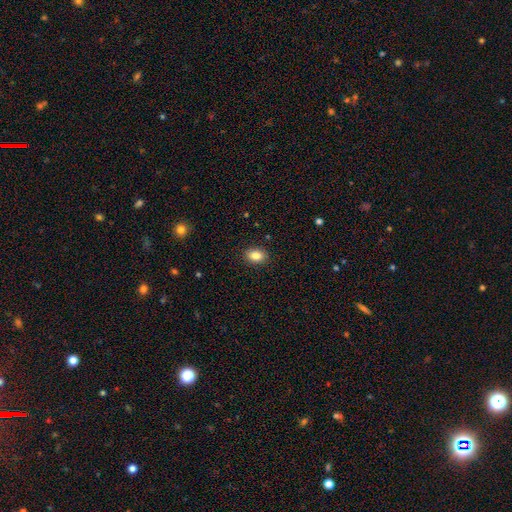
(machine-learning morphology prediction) This is clearly a smooth galaxy (85%). How rounded: likely in between (74%). Merging: clearly none (90%).